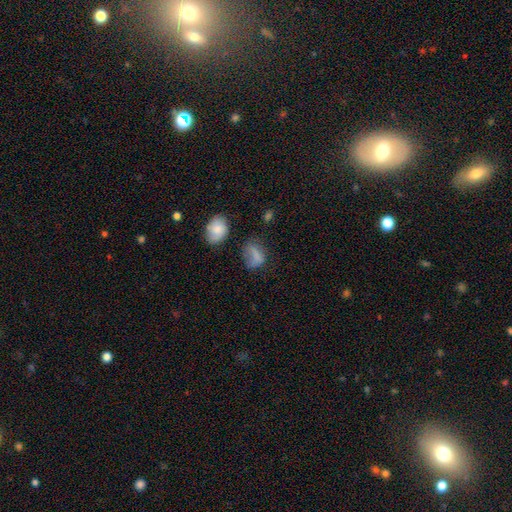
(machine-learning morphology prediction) A smooth galaxy with no disk features (74%) that is in between round and cigar-shaped (70%).

Vote fractions:
- Smooth or featured? smooth: 74% / featured or disk: 13% / star or artifact: 13%
- How rounded? in between: 70% / round: 27% / cigar-shaped: 4%
- Merging? none: 42% / minor disturbance: 28% / major disturbance: 24% / merger: 7%